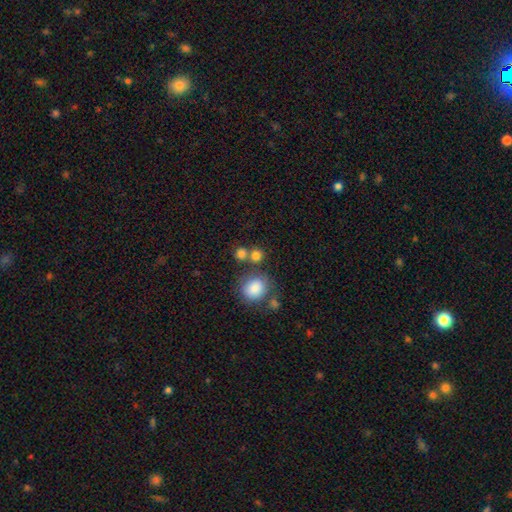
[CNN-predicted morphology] Smooth or featured?
  - smooth: 80% *
  - star or artifact: 13%
  - featured or disk: 7%
How rounded?
  - round: 81% *
  - in between: 18%
  - cigar-shaped: 1%
Merging?
  - none: 58% *
  - merger: 28%
  - minor disturbance: 9%
  - major disturbance: 4%